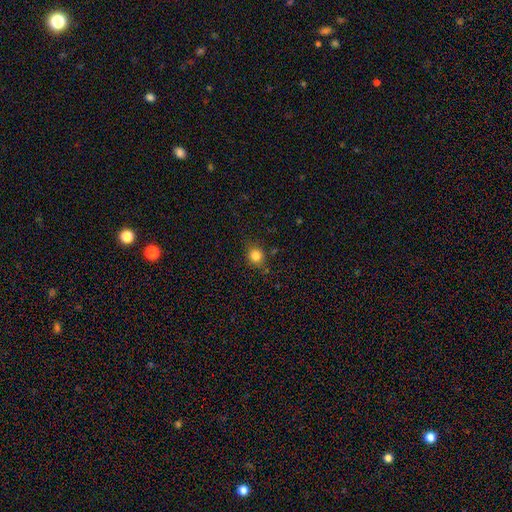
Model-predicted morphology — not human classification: smooth 83%, star or artifact 12%, featured or disk 5%. Down the decision tree: how rounded — round (82%); merging — none (81%).